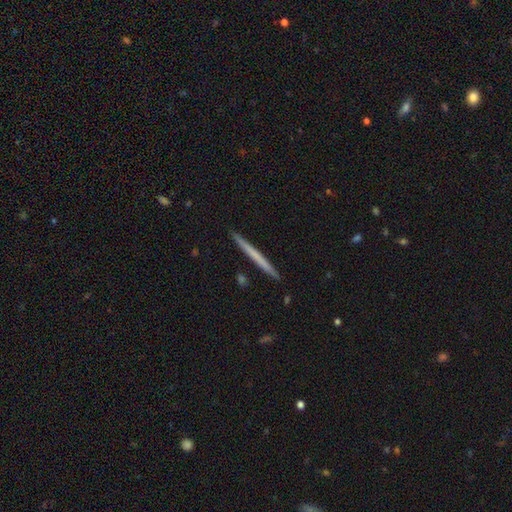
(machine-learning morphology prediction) Q: Smooth or featured?
A: smooth (53%); runner-up: featured or disk (42%)
Q: How rounded?
A: cigar-shaped (97%); runner-up: in between (1%)
Q: Merging?
A: none (92%); runner-up: minor disturbance (5%)